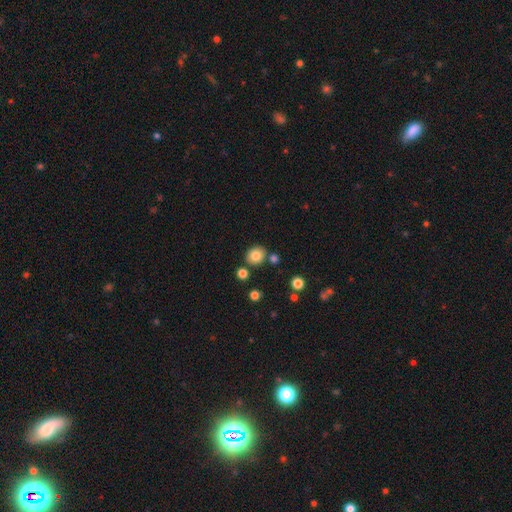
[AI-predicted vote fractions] Smooth or featured: smooth — 82% (star or artifact — 11%)
How rounded: round — 76% (in between — 23%)
Merging: none — 80% (minor disturbance — 9%)